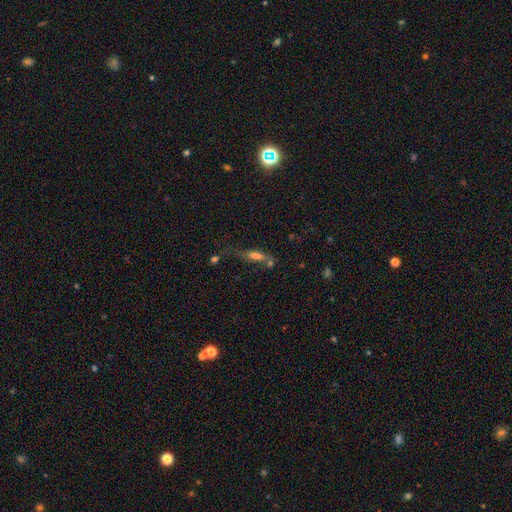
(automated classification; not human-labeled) A smooth galaxy with no disk features (47%). Merging: none (45%).